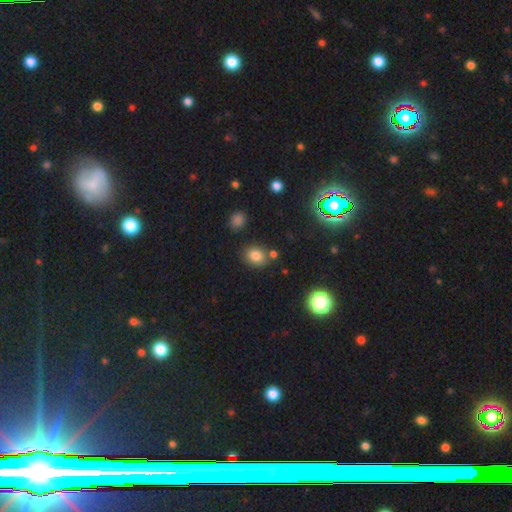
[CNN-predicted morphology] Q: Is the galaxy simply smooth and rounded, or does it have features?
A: smooth — 79%.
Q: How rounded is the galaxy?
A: round — 62%.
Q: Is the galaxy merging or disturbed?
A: none — 75%.